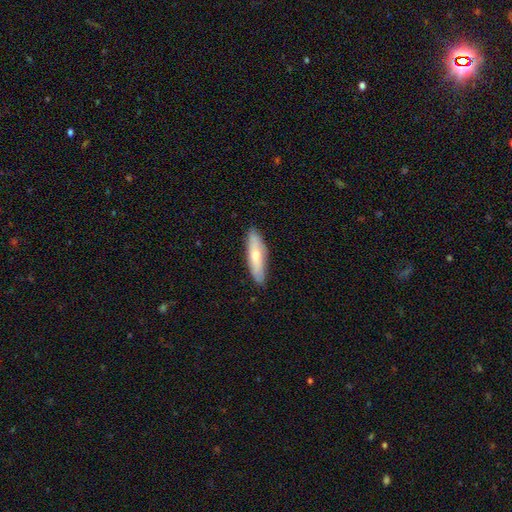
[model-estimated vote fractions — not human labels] Smooth or featured: smooth — 64% (featured or disk — 30%)
How rounded: cigar-shaped — 66% (in between — 32%)
Merging: none — 86% (minor disturbance — 11%)